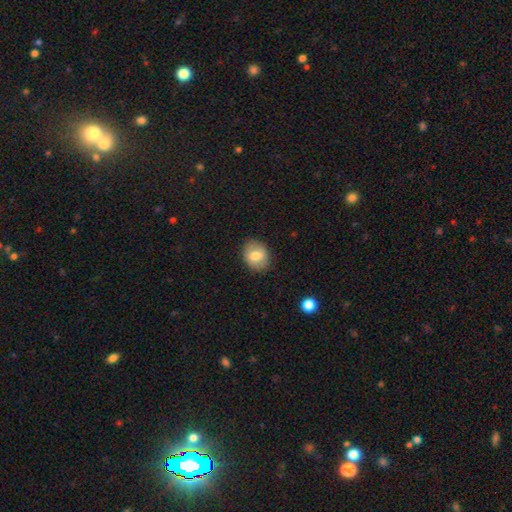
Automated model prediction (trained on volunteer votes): smooth-or-featured: smooth: 74% | featured or disk: 18% | star or artifact: 8%
  how-rounded: in between: 50% | round: 49% | cigar-shaped: 1%
  merging: none: 87% | minor disturbance: 10% | major disturbance: 3% | merger: 1%